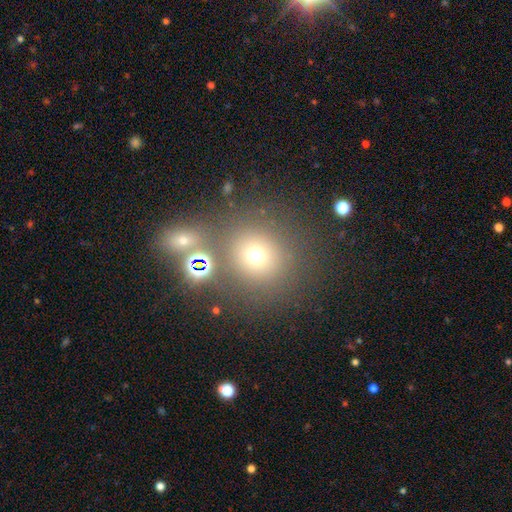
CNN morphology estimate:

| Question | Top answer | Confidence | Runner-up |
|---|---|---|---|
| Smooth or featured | smooth | 67% | star or artifact (22%) |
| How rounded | round | 88% | in between (11%) |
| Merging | none | 73% | merger (12%) |